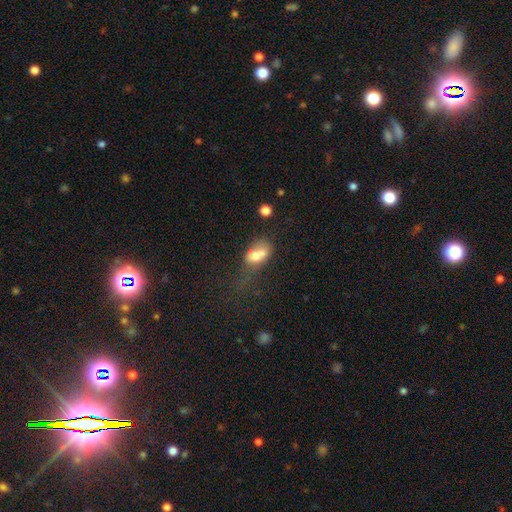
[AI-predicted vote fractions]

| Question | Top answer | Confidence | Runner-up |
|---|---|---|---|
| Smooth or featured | smooth | 64% | featured or disk (26%) |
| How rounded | in between | 78% | round (17%) |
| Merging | merger | 40% | none (21%) |